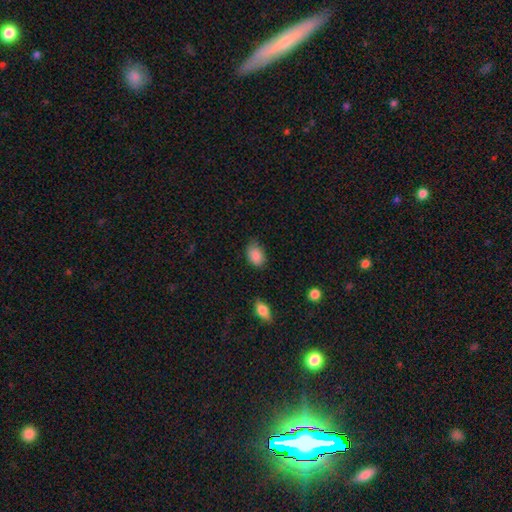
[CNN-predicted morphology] Smooth or featured? smooth (87%)
How rounded? in between (84%)
Merging? none (67%)